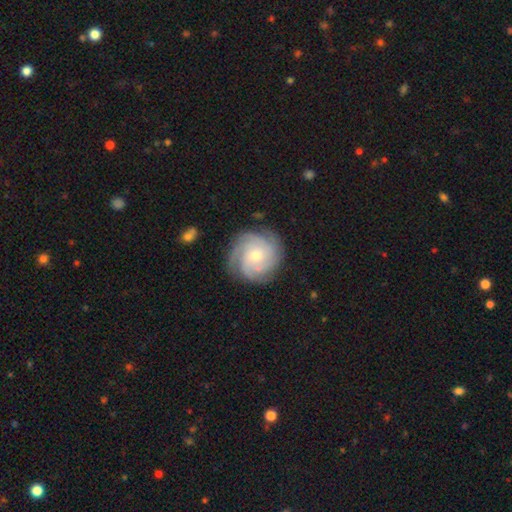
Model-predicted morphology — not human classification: featured or disk 84%, smooth 10%, star or artifact 6%. Down the decision tree: edge-on disk — no (98%); bar — no (76%); spiral arms — yes (98%); spiral arm count — 4 (35%); spiral winding — tight (74%); bulge size — small (55%); merging — none (83%).